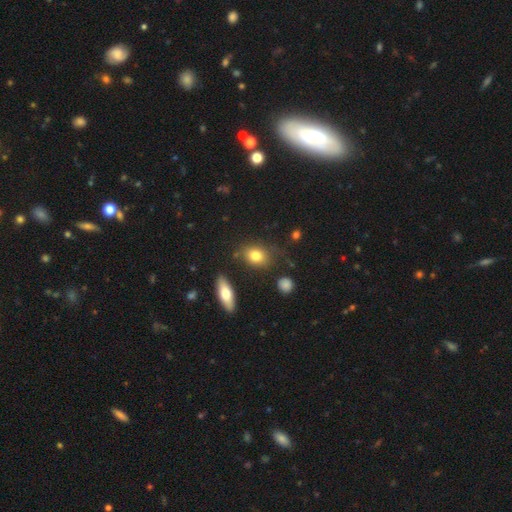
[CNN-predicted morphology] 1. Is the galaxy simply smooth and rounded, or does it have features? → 80% smooth, 11% featured or disk, 9% star or artifact.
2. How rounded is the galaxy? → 69% in between, 28% round, 3% cigar-shaped.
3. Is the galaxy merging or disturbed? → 72% none, 17% minor disturbance, 6% major disturbance, 5% merger.